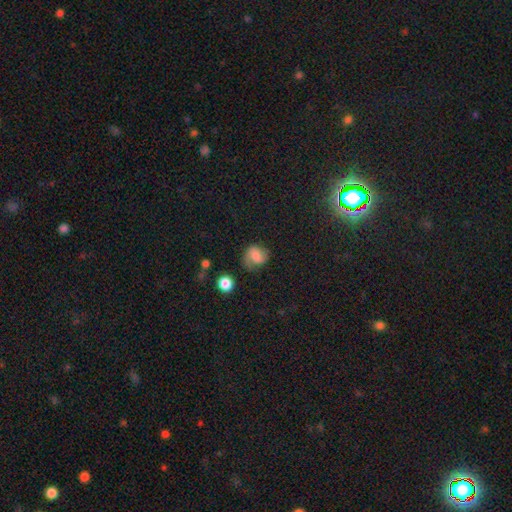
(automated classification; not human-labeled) Smooth or featured: smooth — 61% (featured or disk — 28%)
How rounded: round — 68% (in between — 30%)
Merging: none — 56% (minor disturbance — 27%)